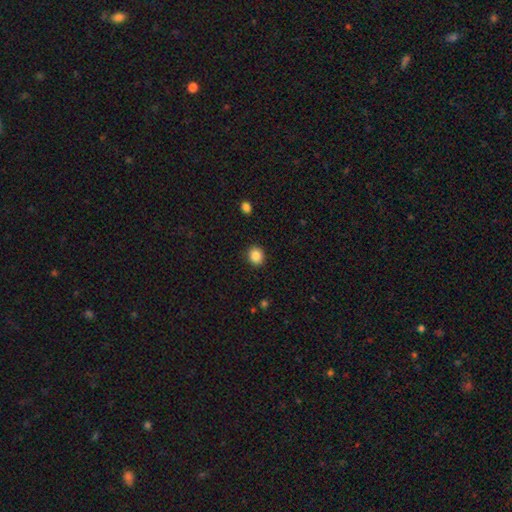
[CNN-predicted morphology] smooth 87%, star or artifact 10%, featured or disk 4%. Down the decision tree: how rounded — round (78%); merging — none (90%).